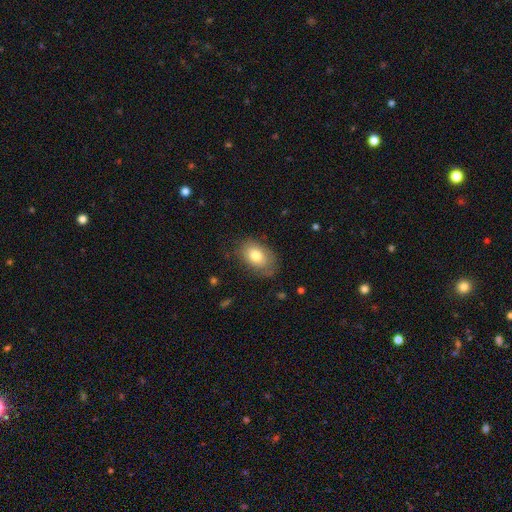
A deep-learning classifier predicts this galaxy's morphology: Smooth or featured? smooth (77%)
How rounded? in between (87%)
Merging? none (72%)